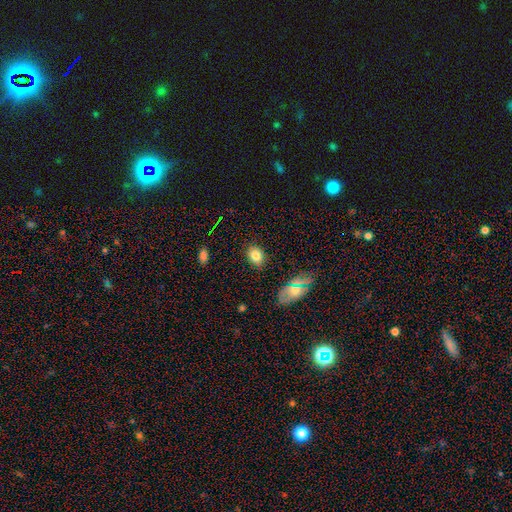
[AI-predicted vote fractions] Q: Smooth or featured?
A: smooth (81%); runner-up: star or artifact (11%)
Q: How rounded?
A: in between (69%); runner-up: round (30%)
Q: Merging?
A: none (86%); runner-up: minor disturbance (10%)